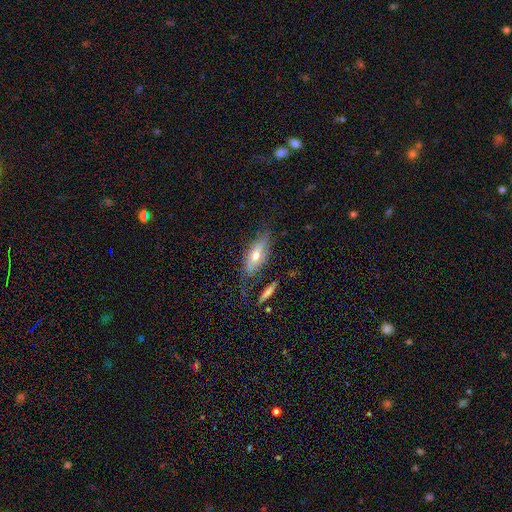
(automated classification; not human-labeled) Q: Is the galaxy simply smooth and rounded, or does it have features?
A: smooth — 53%.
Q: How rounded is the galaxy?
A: in between — 68%.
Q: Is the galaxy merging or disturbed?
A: none — 68%.